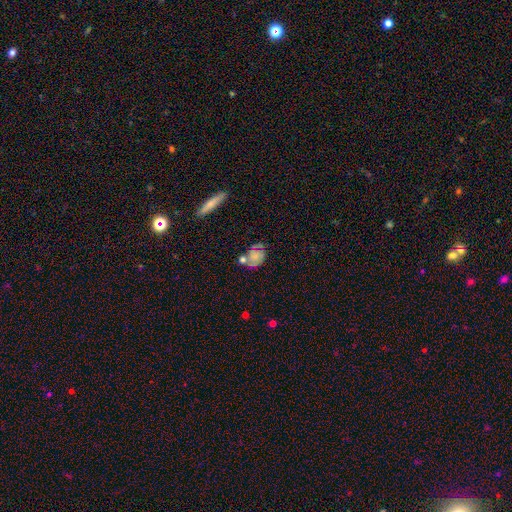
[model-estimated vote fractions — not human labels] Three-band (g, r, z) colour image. It shows a smooth galaxy with no disk features (46%). Merging: none (48%).